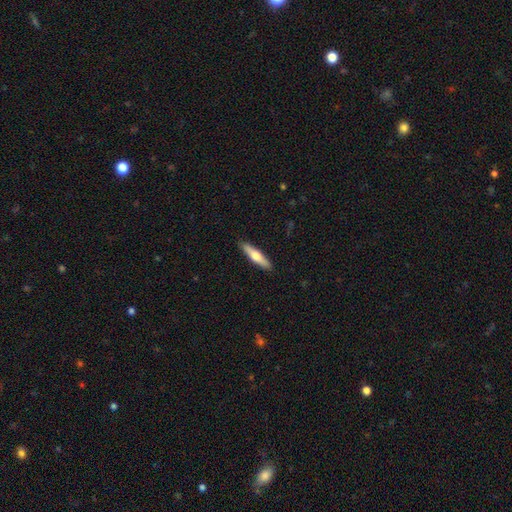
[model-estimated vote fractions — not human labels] smooth-or-featured: smooth: 52% | featured or disk: 43% | star or artifact: 5%
  how-rounded: cigar-shaped: 80% | in between: 18% | round: 2%
  merging: none: 91% | minor disturbance: 7% | major disturbance: 1% | merger: 1%